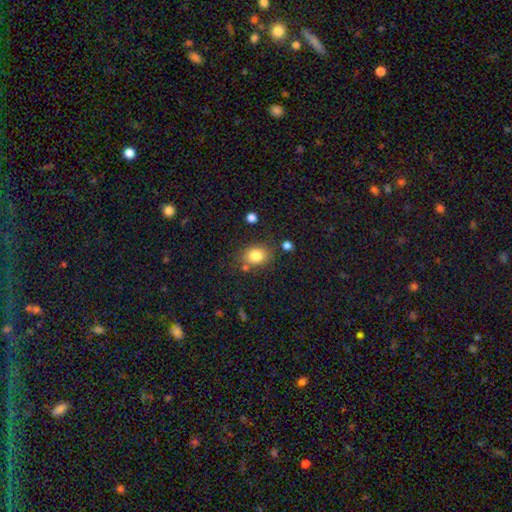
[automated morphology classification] A smooth galaxy with no disk features (82%) that is round (52%). Merging: none (74%).